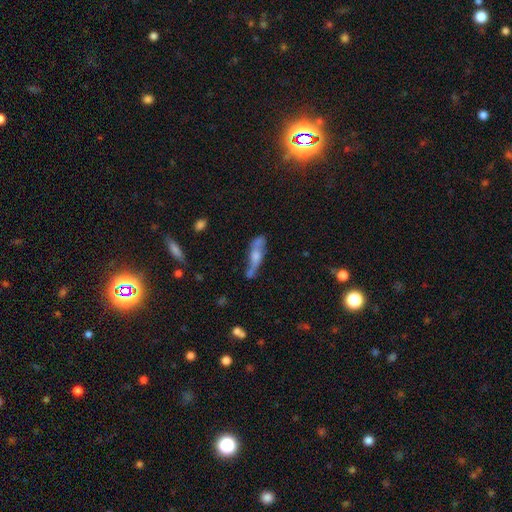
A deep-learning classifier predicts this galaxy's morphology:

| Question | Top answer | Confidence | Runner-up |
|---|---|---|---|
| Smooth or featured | featured or disk | 55% | smooth (35%) |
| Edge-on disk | yes | 61% | no (39%) |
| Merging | none | 52% | minor disturbance (24%) |